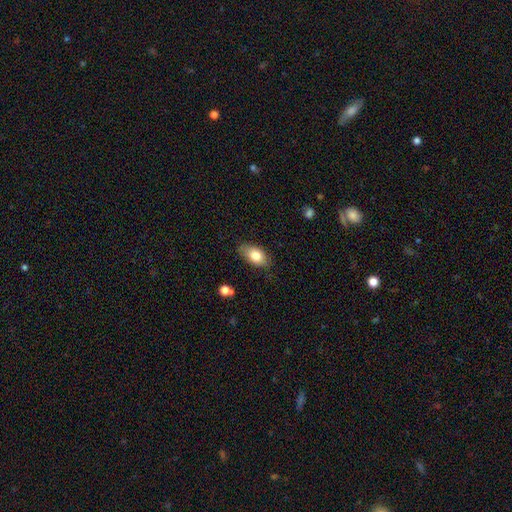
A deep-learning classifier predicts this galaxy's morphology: Smooth or featured: smooth — 80% (featured or disk — 13%)
How rounded: in between — 90% (round — 7%)
Merging: none — 78% (minor disturbance — 17%)